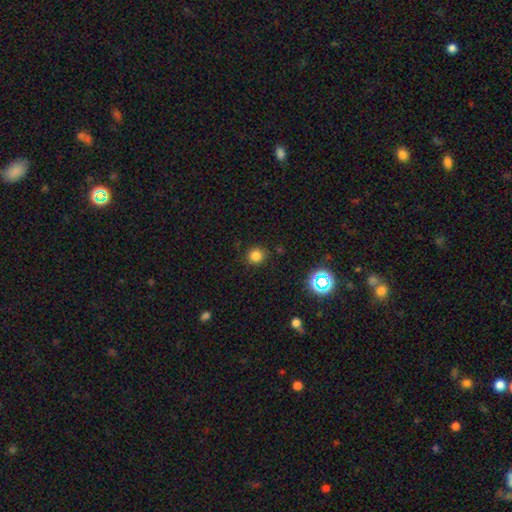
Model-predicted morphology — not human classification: smooth_or_featured: smooth (p=0.80) [alt: star or artifact p=0.16]
how_rounded: round (p=0.89) [alt: in between p=0.10]
merging: none (p=0.88) [alt: minor disturbance p=0.08]